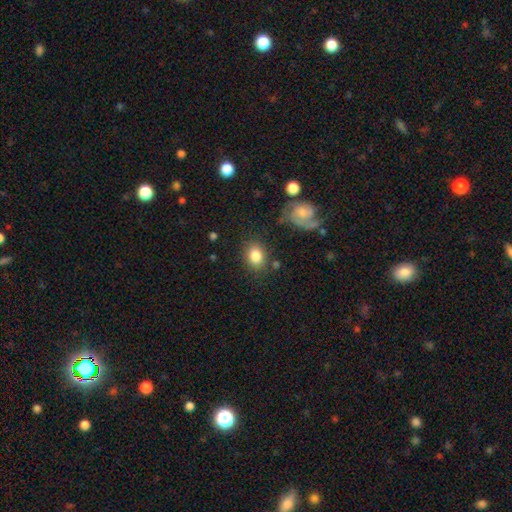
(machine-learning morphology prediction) Overall: smooth (82%). How rounded: in between (56%; round 43%). Merging: none (79%).